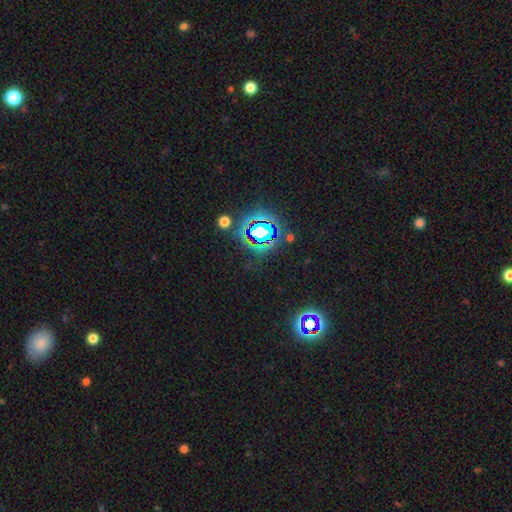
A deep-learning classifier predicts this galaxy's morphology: smooth_or_featured: star or artifact (p=0.79) [alt: smooth p=0.13]